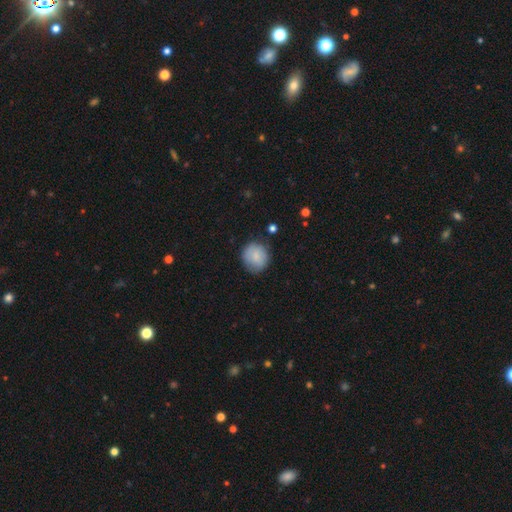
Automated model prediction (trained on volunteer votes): This appears to be a smooth galaxy with no disk features (82%) that is round (86%). Merging: none (77%).